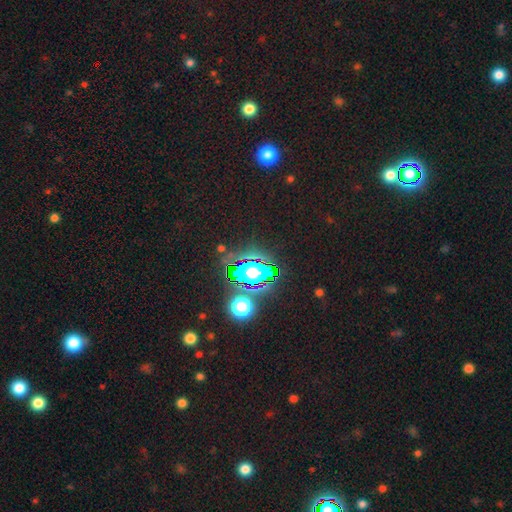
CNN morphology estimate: This is likely a star or artifact rather than a galaxy (79%).